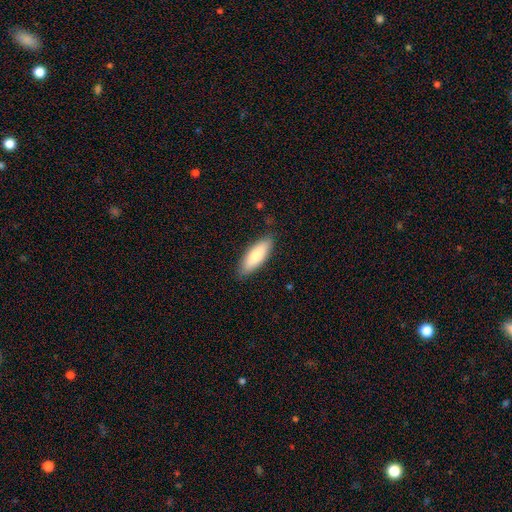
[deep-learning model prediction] A smooth galaxy with no disk features (73%) that is in between round and cigar-shaped (64%). Merging: none (85%).